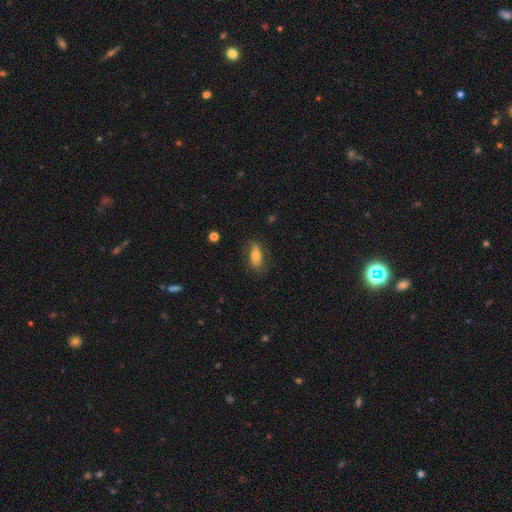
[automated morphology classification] smooth-or-featured: smooth: 63% | featured or disk: 29% | star or artifact: 8%
  how-rounded: in between: 81% | cigar-shaped: 12% | round: 7%
  merging: none: 71% | minor disturbance: 20% | major disturbance: 8% | merger: 1%